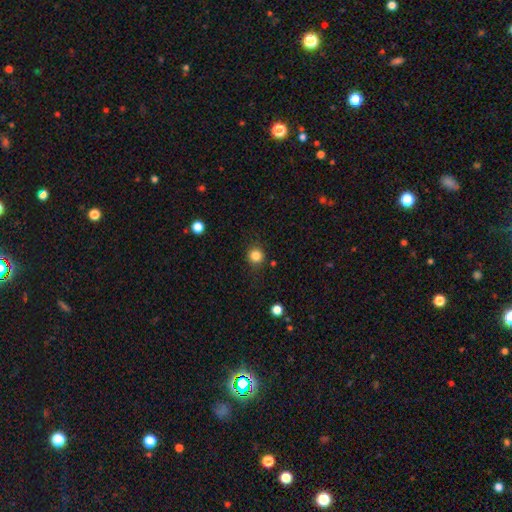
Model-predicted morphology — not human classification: This appears to be a smooth galaxy with no disk features (84%) that is round (92%). Merging: none (85%).